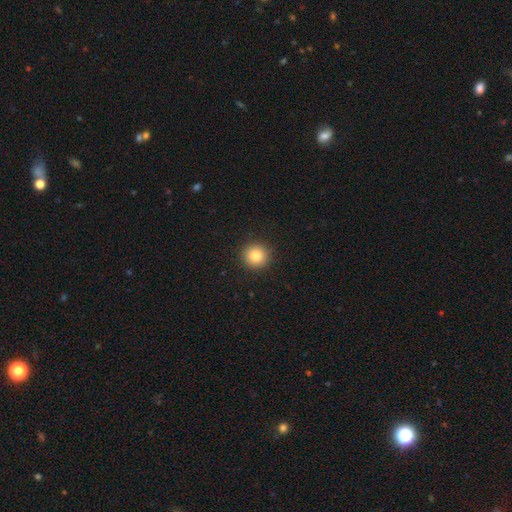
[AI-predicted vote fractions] smooth-or-featured: smooth: 83% | star or artifact: 10% | featured or disk: 7%
  how-rounded: round: 94% | in between: 5% | cigar-shaped: 1%
  merging: none: 92% | minor disturbance: 5% | major disturbance: 2% | merger: 1%